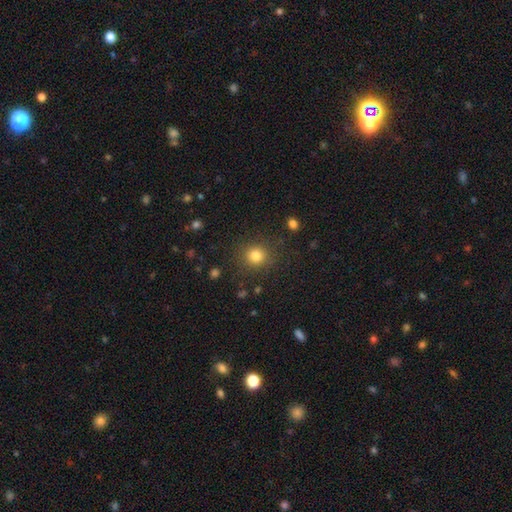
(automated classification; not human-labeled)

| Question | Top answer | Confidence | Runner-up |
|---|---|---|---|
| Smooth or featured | smooth | 82% | star or artifact (13%) |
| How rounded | round | 88% | in between (11%) |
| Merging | none | 86% | minor disturbance (8%) |